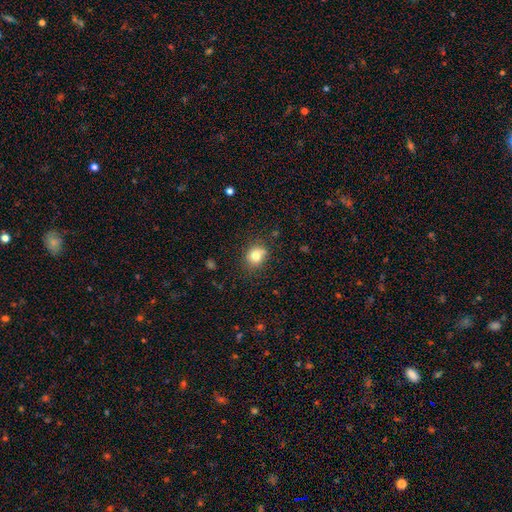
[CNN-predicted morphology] type=smooth (79%); roundness=round (71%); merging=none (74%).